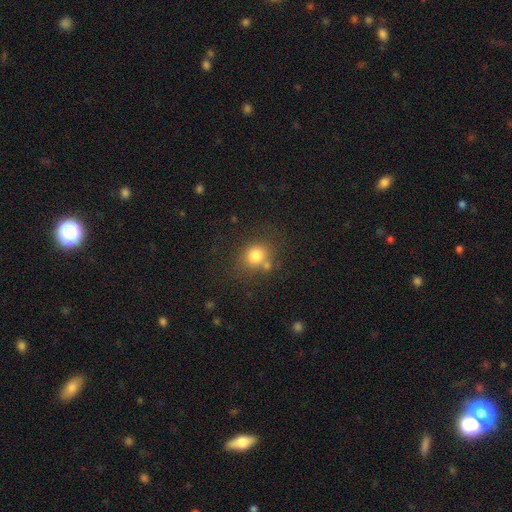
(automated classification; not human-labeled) Morphology: type=smooth (78%); roundness=round (70%); merging=none (65%).